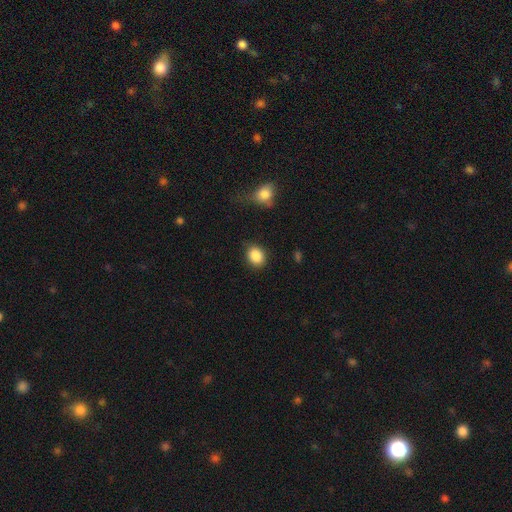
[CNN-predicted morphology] smooth_or_featured: smooth (p=0.88) [alt: star or artifact p=0.08]
how_rounded: in between (p=0.51) [alt: round p=0.48]
merging: none (p=0.82) [alt: minor disturbance p=0.12]